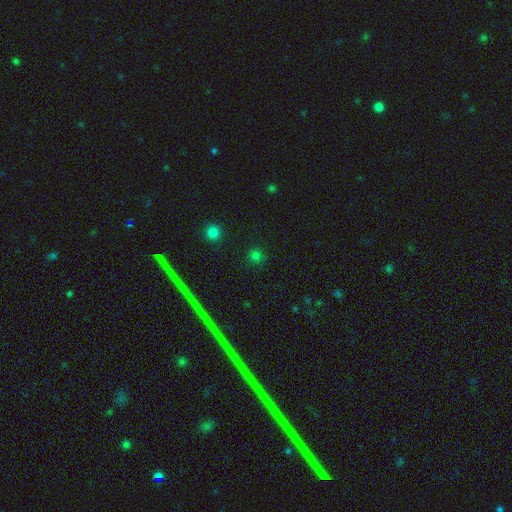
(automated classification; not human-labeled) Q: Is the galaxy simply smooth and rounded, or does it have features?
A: smooth — 71%.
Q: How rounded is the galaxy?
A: round — 93%.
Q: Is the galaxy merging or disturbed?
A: none — 87%.